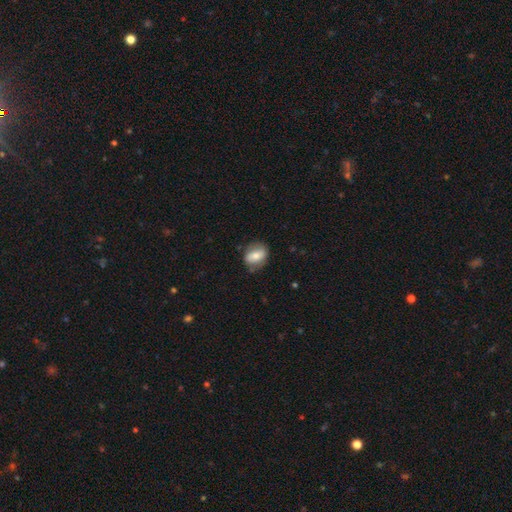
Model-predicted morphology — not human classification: smooth-or-featured: smooth: 63% | featured or disk: 29% | star or artifact: 7%
  how-rounded: in between: 69% | round: 29% | cigar-shaped: 2%
  merging: none: 73% | minor disturbance: 20% | major disturbance: 6% | merger: 2%